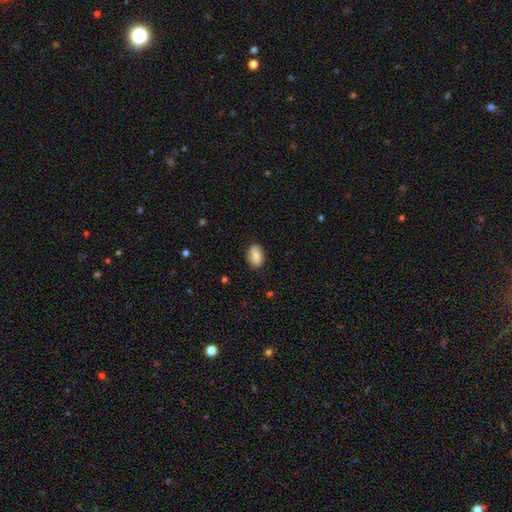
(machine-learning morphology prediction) This appears to be a smooth galaxy with no disk features (82%) that is in between round and cigar-shaped (90%). Merging: none (85%).